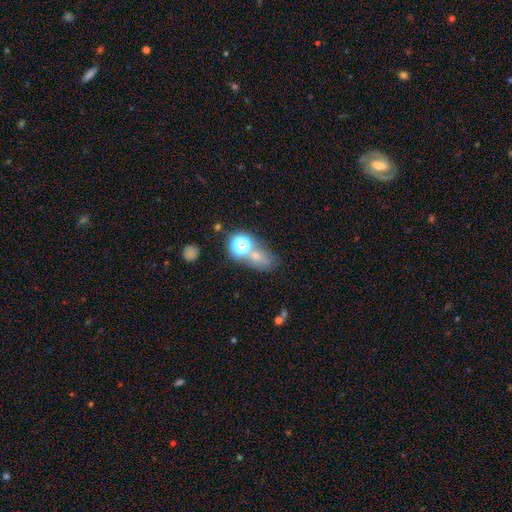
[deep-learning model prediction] This appears to be a smooth galaxy with no disk features (56%) that is in between round and cigar-shaped (55%). Merging: none (47%).